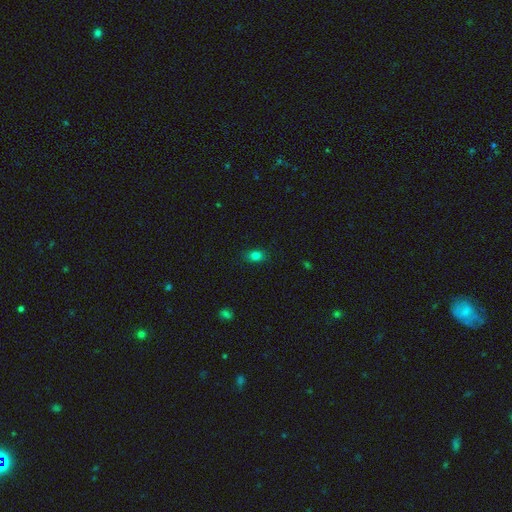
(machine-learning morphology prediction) smooth 80%, star or artifact 14%, featured or disk 7%. Down the decision tree: how rounded — in between (72%); merging — none (86%).